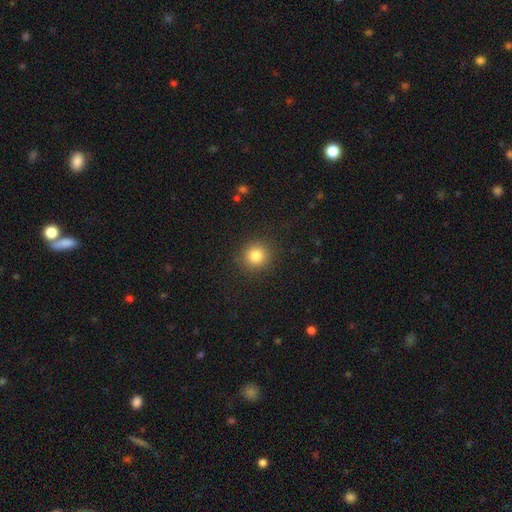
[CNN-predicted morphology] Q: Smooth or featured?
A: smooth (83%); runner-up: star or artifact (11%)
Q: How rounded?
A: round (91%); runner-up: in between (8%)
Q: Merging?
A: none (90%); runner-up: minor disturbance (6%)